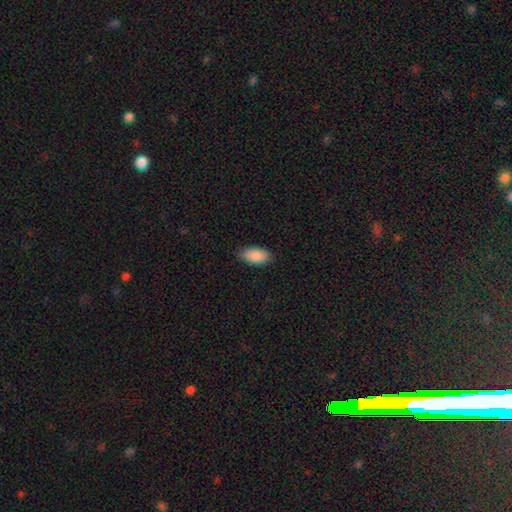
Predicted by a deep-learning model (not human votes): This appears to be a smooth galaxy with no disk features (90%) that is in between round and cigar-shaped (94%). Merging: none (84%).